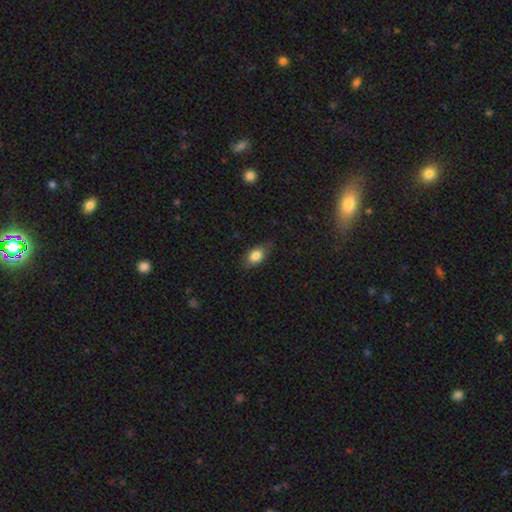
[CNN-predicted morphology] A smooth galaxy with no disk features (82%) that is in between round and cigar-shaped (81%). Merging: none (76%).